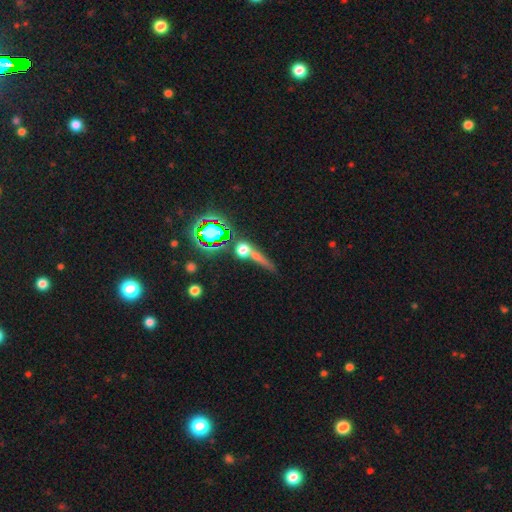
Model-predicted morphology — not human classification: The model was most divided on "smooth or featured": smooth: 37%, star or artifact: 35%, featured or disk: 28%. More confident: merging — none (61%).